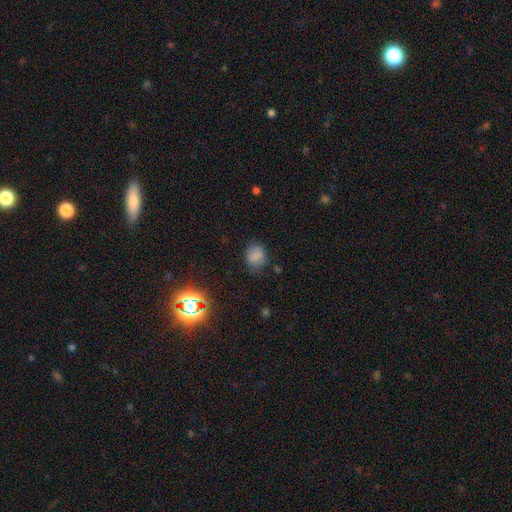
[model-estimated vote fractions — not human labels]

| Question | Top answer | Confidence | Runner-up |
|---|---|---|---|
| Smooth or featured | smooth | 76% | star or artifact (15%) |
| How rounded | round | 61% | in between (38%) |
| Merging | none | 71% | minor disturbance (21%) |